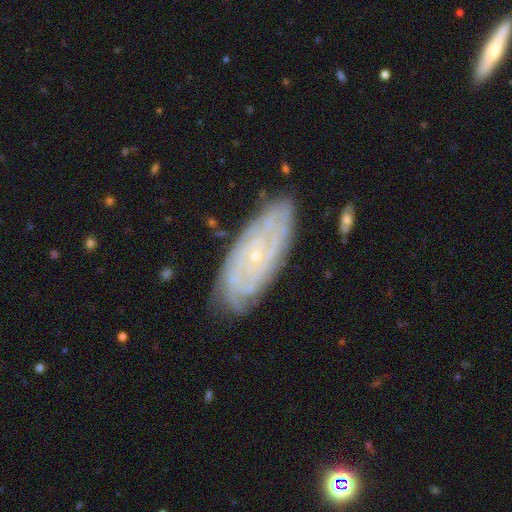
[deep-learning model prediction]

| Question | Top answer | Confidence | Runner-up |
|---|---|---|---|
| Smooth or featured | featured or disk | 79% | smooth (14%) |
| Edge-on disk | no | 90% | yes (10%) |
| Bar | no | 76% | weak (19%) |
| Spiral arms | yes | 91% | no (9%) |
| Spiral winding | tight | 79% | medium (16%) |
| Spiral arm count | can't tell | 48% | 4 (15%) |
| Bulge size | small | 87% | moderate (9%) |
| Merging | none | 80% | minor disturbance (15%) |